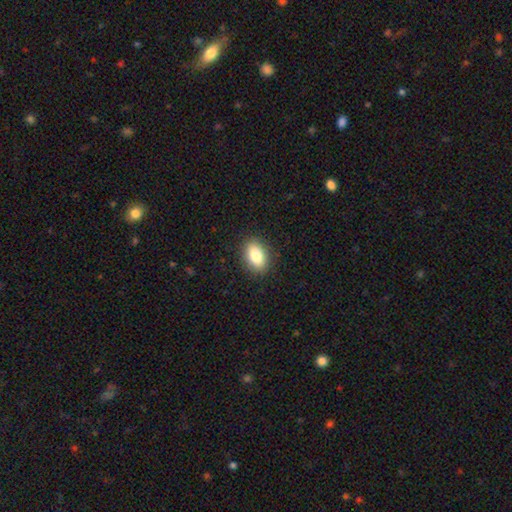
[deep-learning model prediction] smooth-or-featured: smooth: 83% | featured or disk: 9% | star or artifact: 8%
  how-rounded: in between: 85% | round: 12% | cigar-shaped: 3%
  merging: none: 89% | minor disturbance: 8% | major disturbance: 2% | merger: 1%